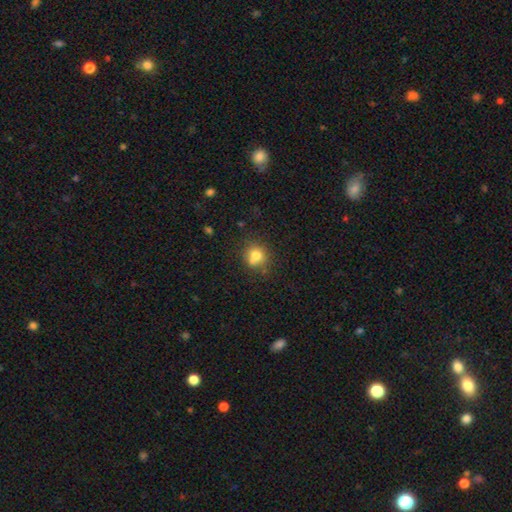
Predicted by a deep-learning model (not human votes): Q: Smooth or featured?
A: smooth (75%); runner-up: featured or disk (13%)
Q: How rounded?
A: round (82%); runner-up: in between (17%)
Q: Merging?
A: none (59%); runner-up: merger (24%)